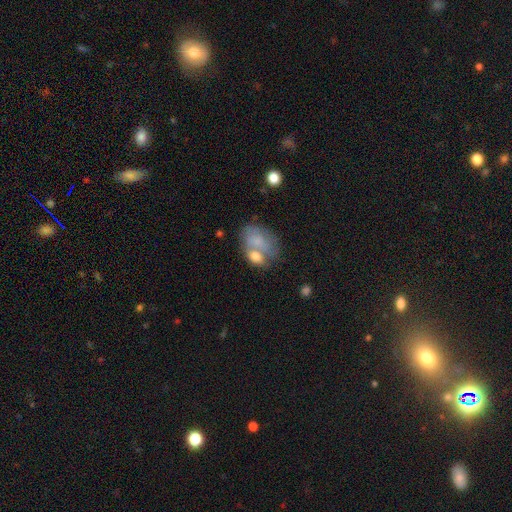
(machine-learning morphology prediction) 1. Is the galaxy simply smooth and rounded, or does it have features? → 73% smooth, 19% featured or disk, 8% star or artifact.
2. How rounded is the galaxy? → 77% in between, 22% round, 2% cigar-shaped.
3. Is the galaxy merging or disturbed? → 46% merger, 29% none, 16% minor disturbance, 10% major disturbance.